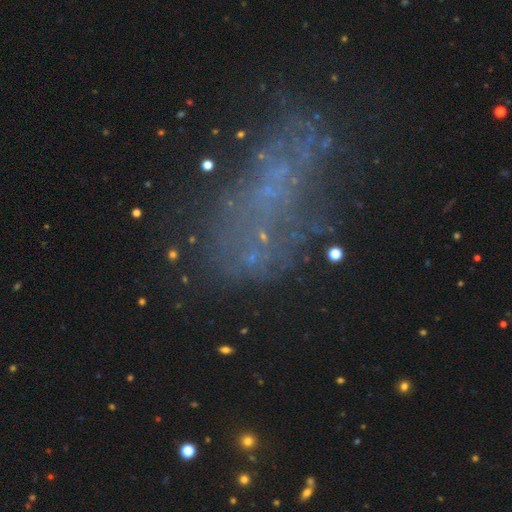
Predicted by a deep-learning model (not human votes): Morphology: type=star or artifact (41%).